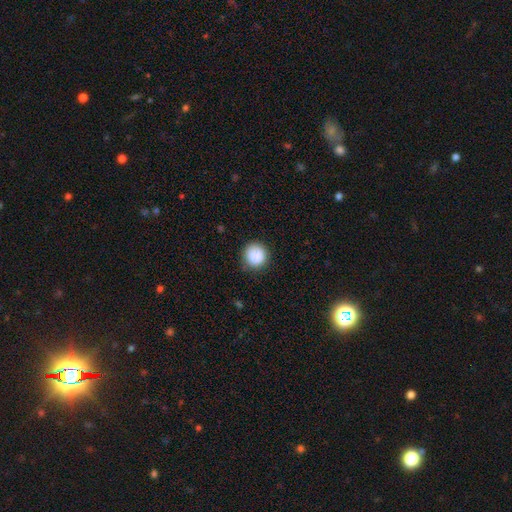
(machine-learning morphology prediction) Smooth or featured? Predicted: smooth (p=0.88). How rounded? Predicted: round (p=0.94). Merging? Predicted: none (p=0.87).